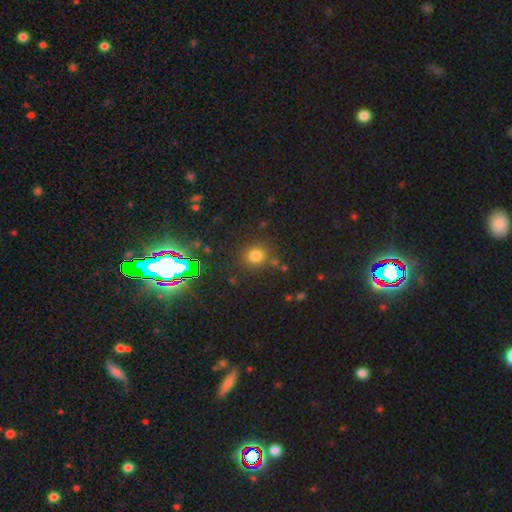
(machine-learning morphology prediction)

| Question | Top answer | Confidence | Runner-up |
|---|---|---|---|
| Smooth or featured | smooth | 72% | star or artifact (22%) |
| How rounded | round | 81% | in between (18%) |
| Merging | none | 80% | minor disturbance (10%) |